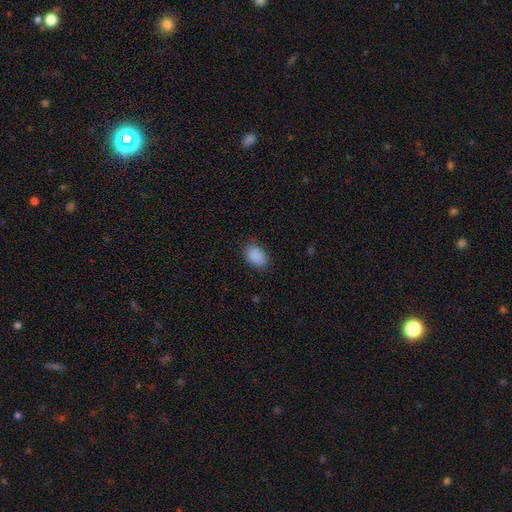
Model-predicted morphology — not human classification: smooth 89%, star or artifact 8%, featured or disk 3%. Down the decision tree: how rounded — in between (81%); merging — none (83%).